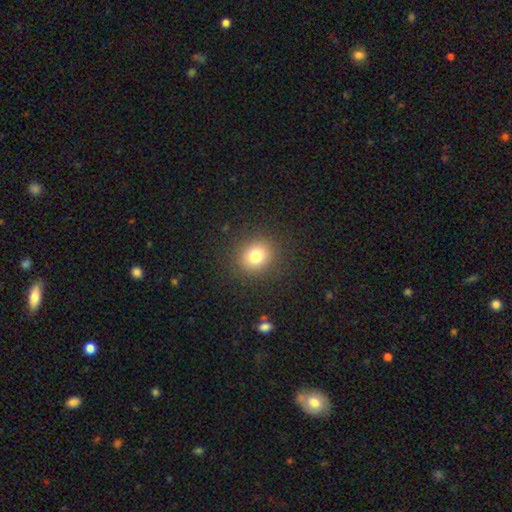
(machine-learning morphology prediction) A smooth galaxy with no disk features (79%) that is round (79%). Merging: none (89%).